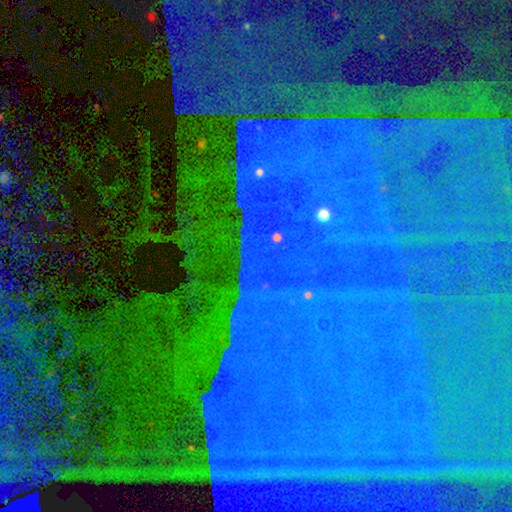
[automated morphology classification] Smooth or featured? Predicted: star or artifact (p=0.85).